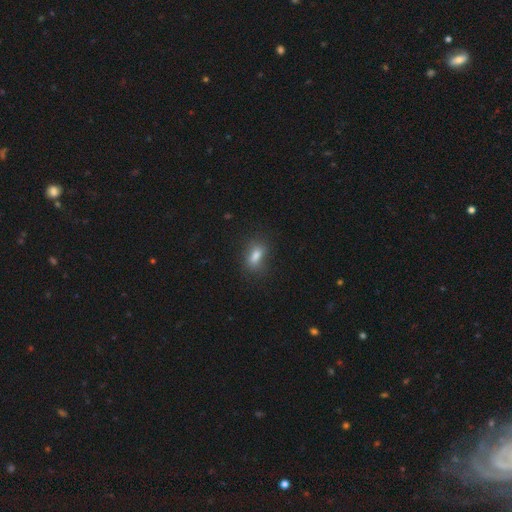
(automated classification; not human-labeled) Overall: smooth (74%). How rounded: in between (78%). Merging: none (65%).